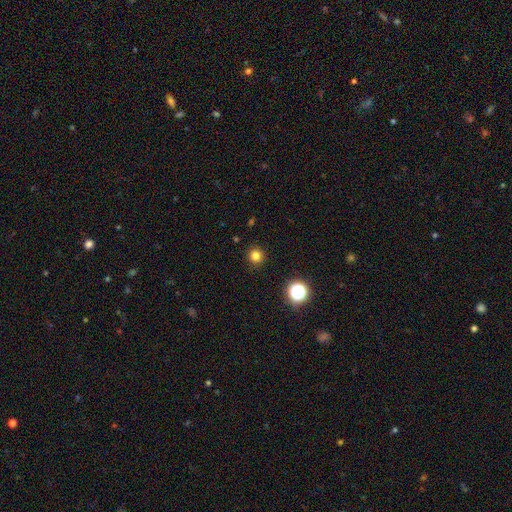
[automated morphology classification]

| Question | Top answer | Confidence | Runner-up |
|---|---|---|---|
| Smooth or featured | smooth | 79% | star or artifact (16%) |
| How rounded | round | 95% | in between (4%) |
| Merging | none | 92% | minor disturbance (5%) |